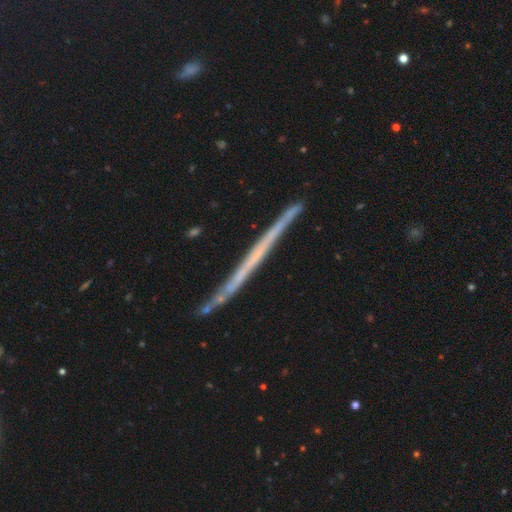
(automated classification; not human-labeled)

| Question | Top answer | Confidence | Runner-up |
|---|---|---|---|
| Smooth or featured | featured or disk | 68% | smooth (25%) |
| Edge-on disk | yes | 97% | no (3%) |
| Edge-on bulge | none | 91% | rounded (6%) |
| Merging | none | 86% | minor disturbance (10%) |